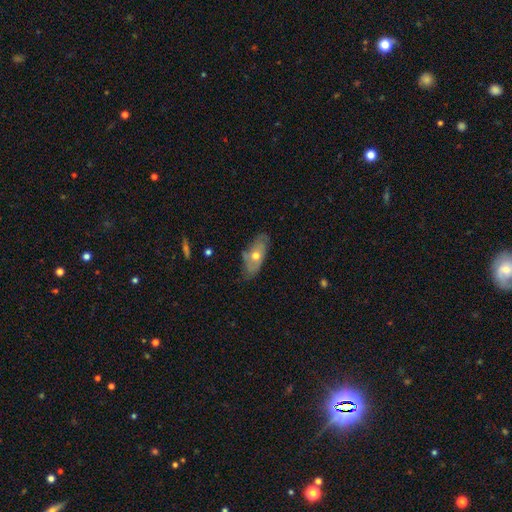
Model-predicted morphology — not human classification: smooth_or_featured: featured or disk (p=0.49) [alt: smooth p=0.44]
merging: none (p=0.68) [alt: minor disturbance p=0.25]